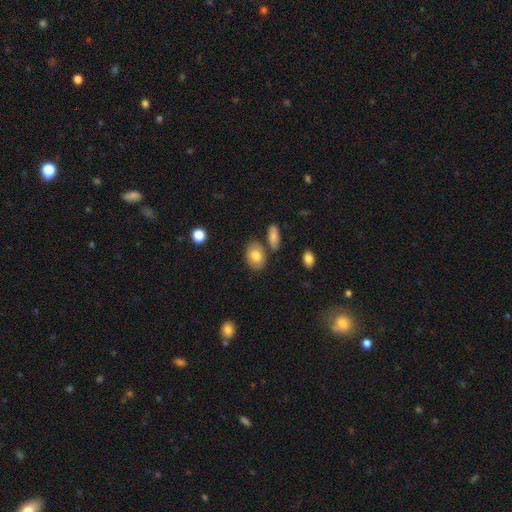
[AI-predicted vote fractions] Morphology: type=smooth (76%); roundness=in between (75%); merging=none (76%).